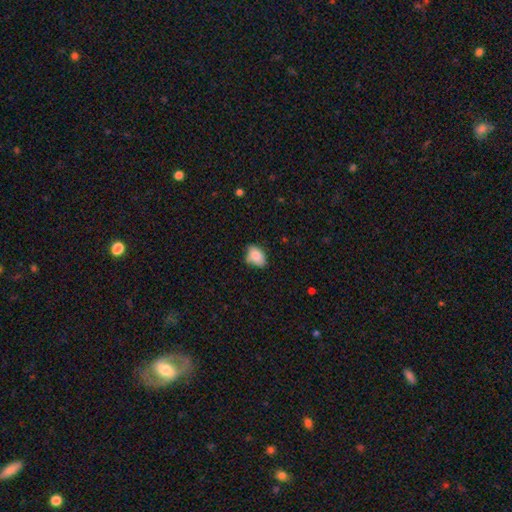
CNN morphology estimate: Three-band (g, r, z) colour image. It shows a smooth galaxy with no disk features (85%) that is in between round and cigar-shaped (86%). Merging: none (65%).